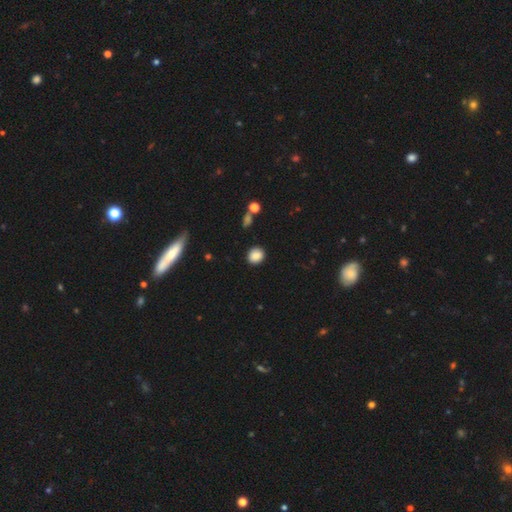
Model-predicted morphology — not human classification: Smooth or featured? smooth (87%)
How rounded? round (73%)
Merging? none (89%)